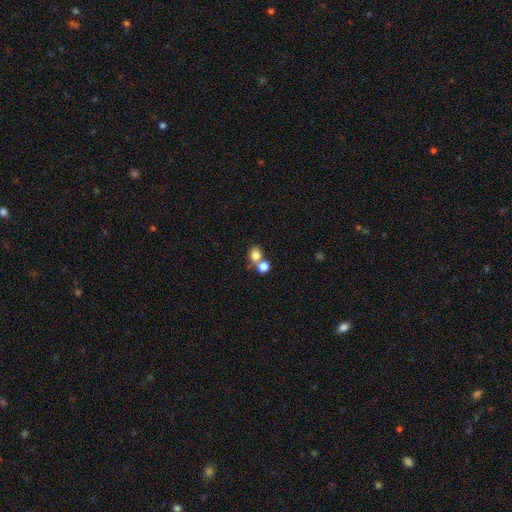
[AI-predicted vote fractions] The model was most divided on "merging": none: 46%, merger: 44%, minor disturbance: 7%, major disturbance: 3%. More confident: smooth or featured — smooth (79%); how rounded — round (72%).